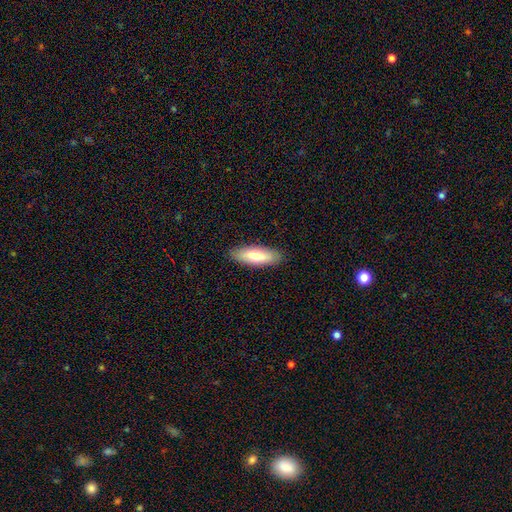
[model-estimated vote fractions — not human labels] smooth_or_featured: smooth (p=0.73) [alt: featured or disk p=0.21]
how_rounded: in between (p=0.64) [alt: cigar-shaped p=0.34]
merging: none (p=0.88) [alt: minor disturbance p=0.09]